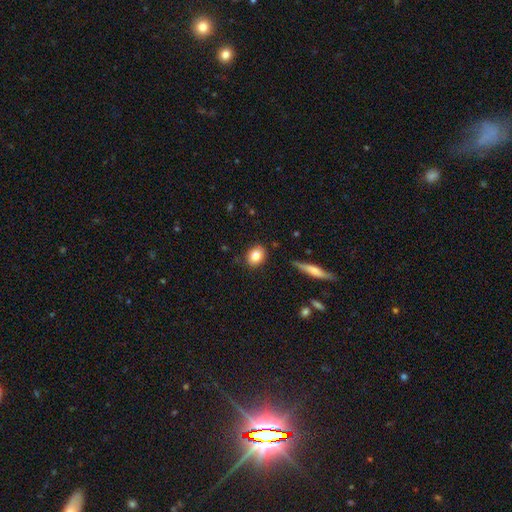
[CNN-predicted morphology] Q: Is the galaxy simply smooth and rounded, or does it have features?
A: smooth — 83%.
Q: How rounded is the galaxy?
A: in between — 50%.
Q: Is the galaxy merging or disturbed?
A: none — 84%.